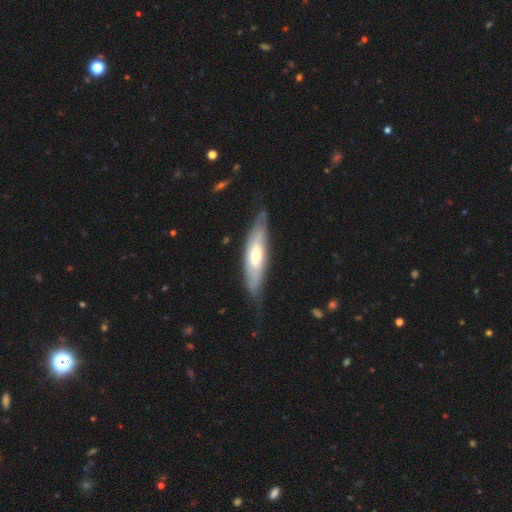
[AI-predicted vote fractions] Smooth or featured? featured or disk (53%)
Edge-on disk? no (51%)
Merging? none (66%)